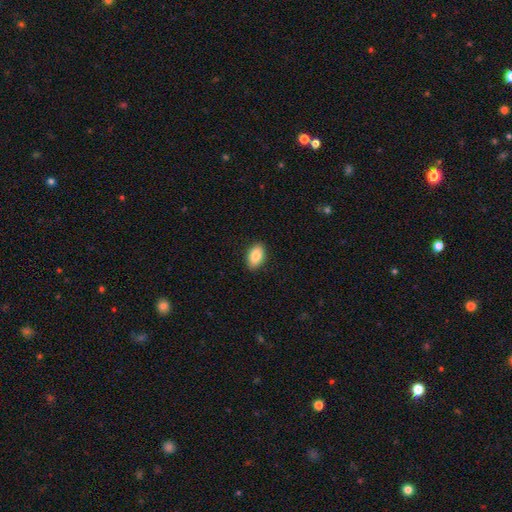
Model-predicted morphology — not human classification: smooth 85%, featured or disk 8%, star or artifact 7%. Down the decision tree: how rounded — in between (91%); merging — none (89%).